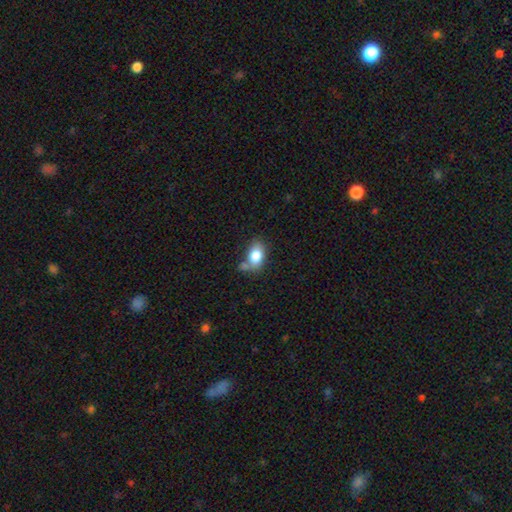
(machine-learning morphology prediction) smooth 81%, featured or disk 11%, star or artifact 8%. Down the decision tree: how rounded — in between (84%); merging — none (50%).